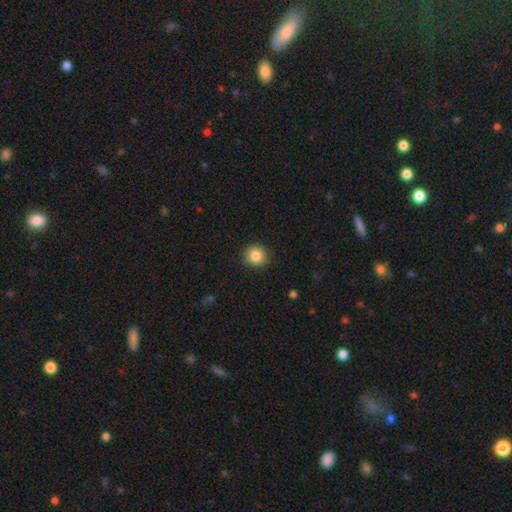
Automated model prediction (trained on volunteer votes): smooth 85%, star or artifact 9%, featured or disk 5%. Down the decision tree: how rounded — round (91%); merging — none (91%).